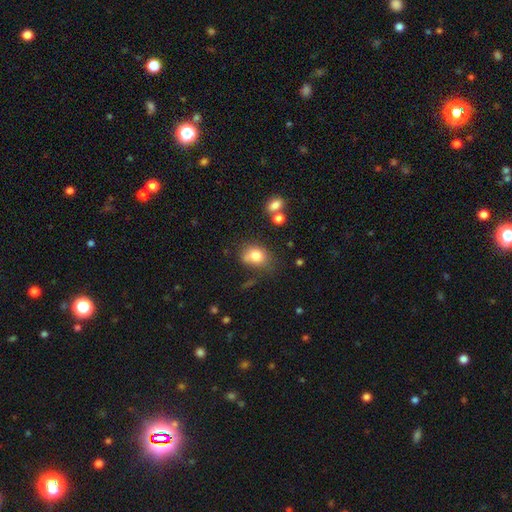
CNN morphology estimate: smooth 80%, star or artifact 10%, featured or disk 10%. Down the decision tree: how rounded — in between (54%); merging — none (59%).